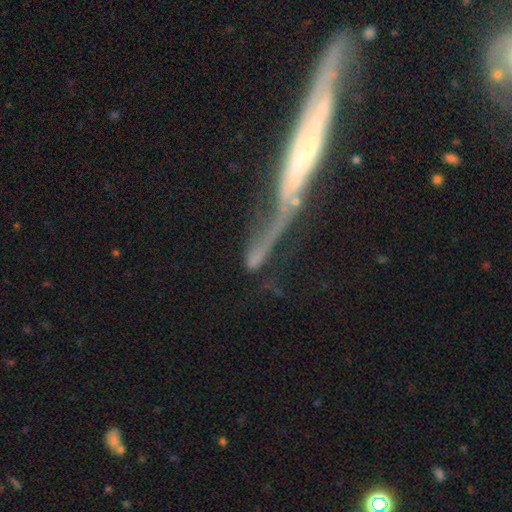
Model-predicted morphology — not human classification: This is marginally a smooth galaxy (41%). Merging: marginally major disturbance (32%).